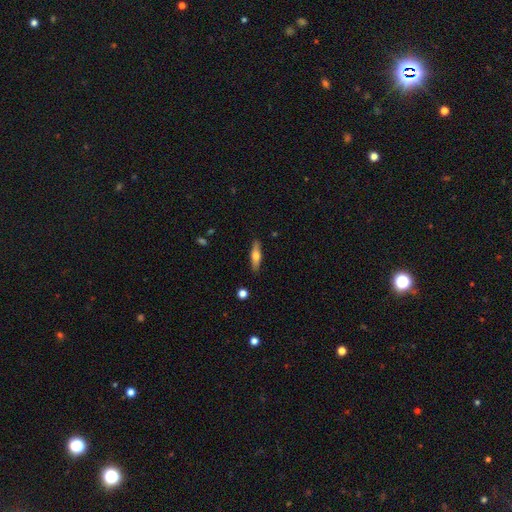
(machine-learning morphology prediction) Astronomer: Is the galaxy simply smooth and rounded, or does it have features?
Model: smooth — 52% (runner-up: featured or disk, 41%).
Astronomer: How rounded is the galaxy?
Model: cigar-shaped — 67%.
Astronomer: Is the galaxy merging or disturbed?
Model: none — 88%.